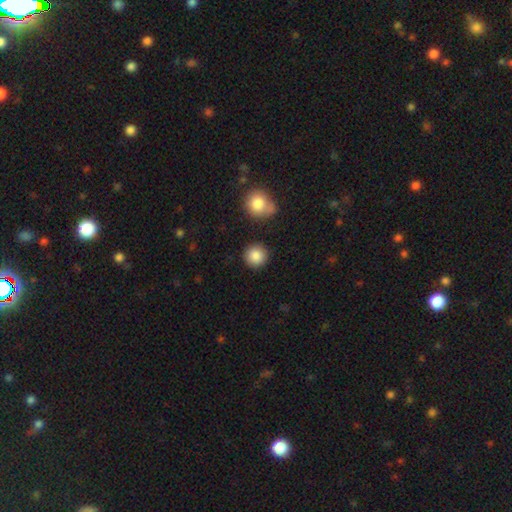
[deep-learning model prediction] smooth_or_featured: smooth (p=0.87) [alt: star or artifact p=0.08]
how_rounded: round (p=0.94) [alt: in between p=0.05]
merging: none (p=0.89) [alt: minor disturbance p=0.06]